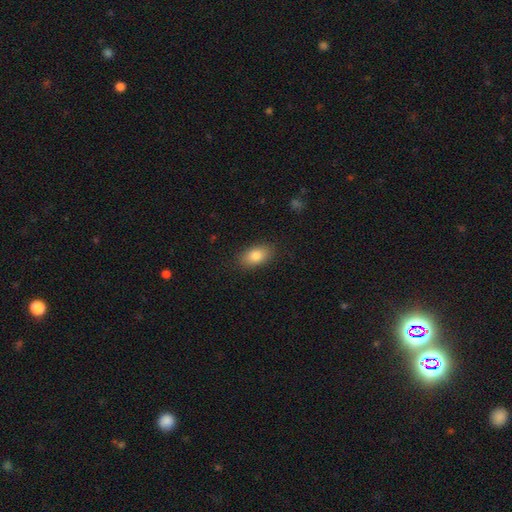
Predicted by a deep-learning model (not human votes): Smooth or featured?
  - smooth: 84% *
  - featured or disk: 9%
  - star or artifact: 8%
How rounded?
  - in between: 90% *
  - round: 8%
  - cigar-shaped: 3%
Merging?
  - none: 87% *
  - minor disturbance: 10%
  - major disturbance: 3%
  - merger: 1%